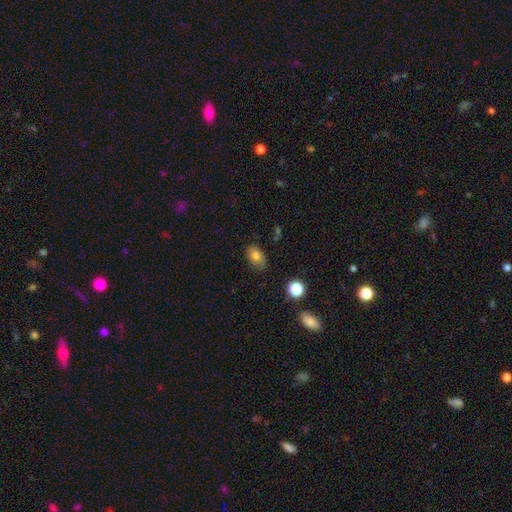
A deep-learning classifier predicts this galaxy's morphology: This is likely a smooth galaxy (78%). How rounded: clearly in between (86%). Merging: likely none (80%).